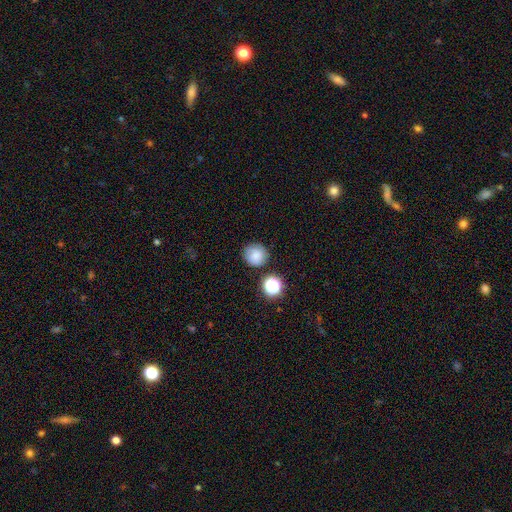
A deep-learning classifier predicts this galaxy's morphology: A smooth galaxy with no disk features (78%) that is round (90%).

Vote fractions:
- Smooth or featured? smooth: 78% / star or artifact: 12% / featured or disk: 9%
- How rounded? round: 90% / in between: 9% / cigar-shaped: 1%
- Merging? none: 79% / minor disturbance: 12% / merger: 6% / major disturbance: 4%